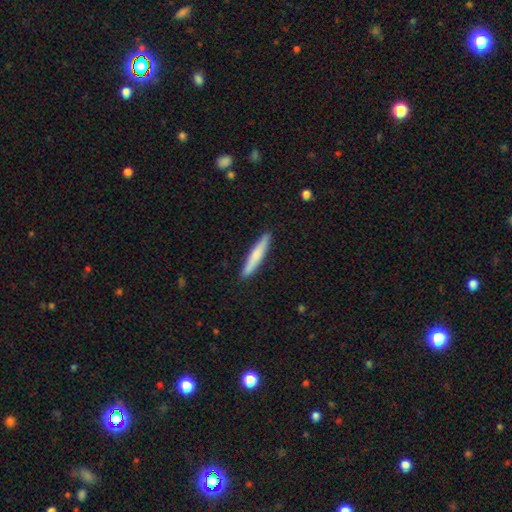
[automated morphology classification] A smooth galaxy with no disk features (66%) that is cigar-shaped (94%).

Vote fractions:
- Smooth or featured? smooth: 66% / featured or disk: 29% / star or artifact: 5%
- How rounded? cigar-shaped: 94% / in between: 5% / round: 1%
- Merging? none: 91% / minor disturbance: 7% / major disturbance: 1% / merger: 1%